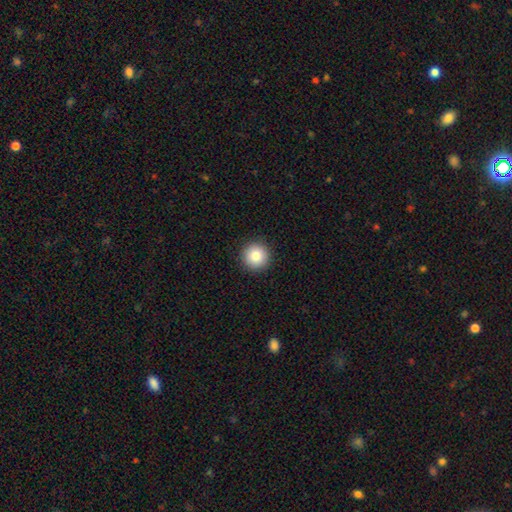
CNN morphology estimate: This appears to be a smooth galaxy with no disk features (85%) that is round (96%). Merging: none (93%).